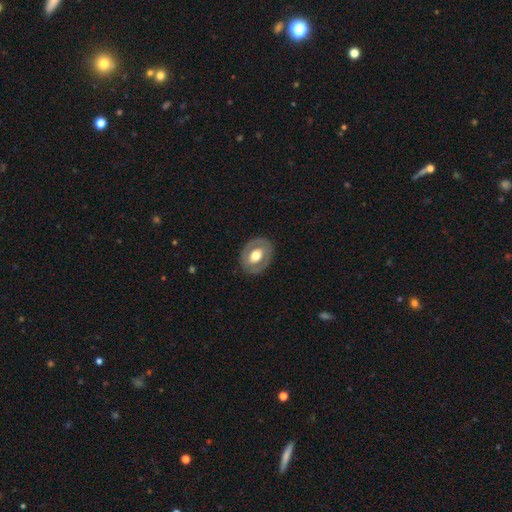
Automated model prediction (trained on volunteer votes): Smooth or featured: featured or disk — 54% (smooth — 40%)
Edge-on disk: no — 93% (yes — 7%)
Bar: no — 65% (weak — 24%)
Spiral arms: no — 75% (yes — 25%)
Bulge size: moderate — 59% (large — 34%)
Merging: none — 83% (minor disturbance — 12%)